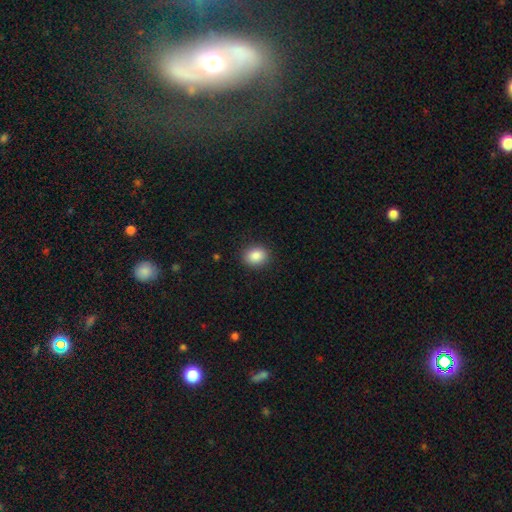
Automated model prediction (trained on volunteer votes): This is clearly a smooth galaxy (87%). How rounded: possibly round (52%). Merging: clearly none (89%).